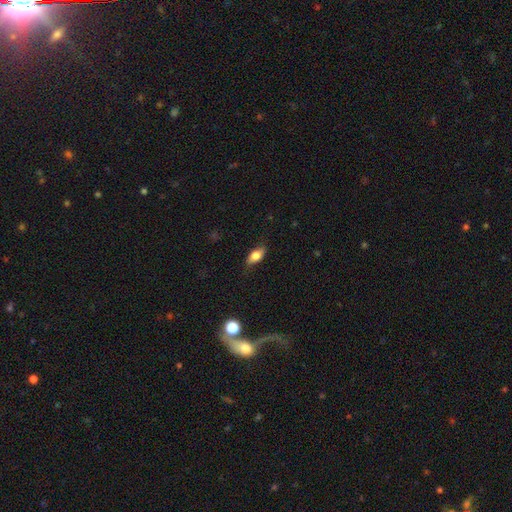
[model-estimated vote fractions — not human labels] Morphology: type=smooth (73%); roundness=in between (82%); merging=none (78%).